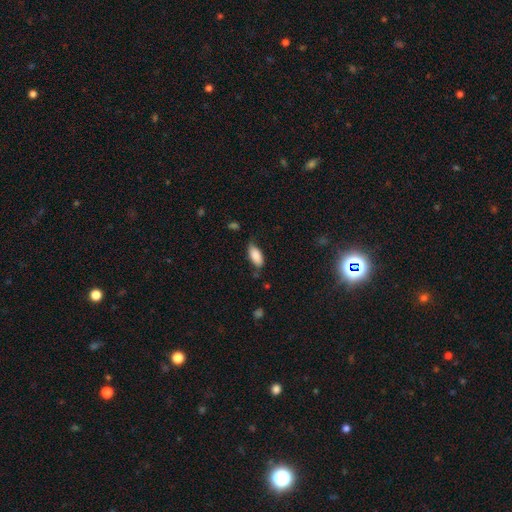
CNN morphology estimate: Q: Smooth or featured?
A: smooth (82%); runner-up: featured or disk (11%)
Q: How rounded?
A: in between (88%); runner-up: cigar-shaped (9%)
Q: Merging?
A: none (57%); runner-up: minor disturbance (32%)